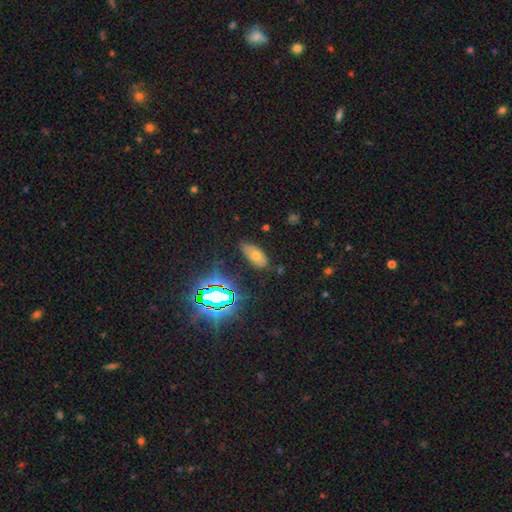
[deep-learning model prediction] smooth 48%, star or artifact 32%, featured or disk 19%. Down the decision tree: merging — none (77%).